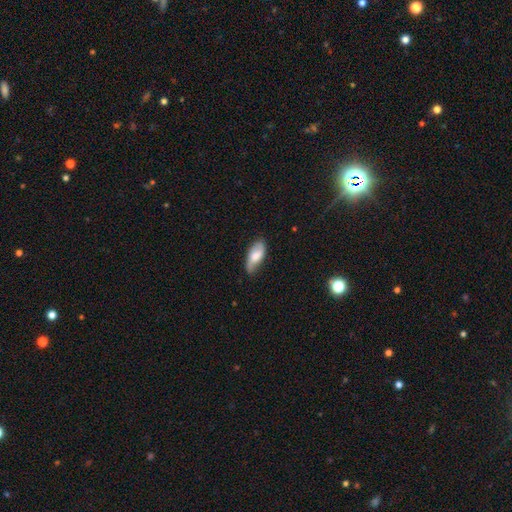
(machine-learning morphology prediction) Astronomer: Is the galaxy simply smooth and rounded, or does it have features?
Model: smooth — 58% (runner-up: featured or disk, 35%).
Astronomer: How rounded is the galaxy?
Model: in between — 87%.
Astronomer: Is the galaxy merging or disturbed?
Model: none — 67%.